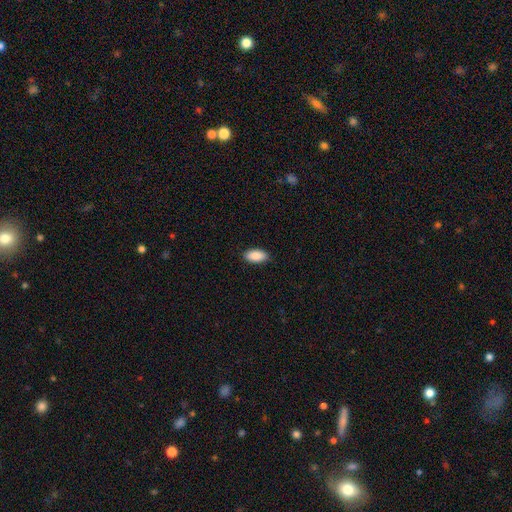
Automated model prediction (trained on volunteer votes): smooth 89%, star or artifact 6%, featured or disk 4%. Down the decision tree: how rounded — in between (92%); merging — none (89%).